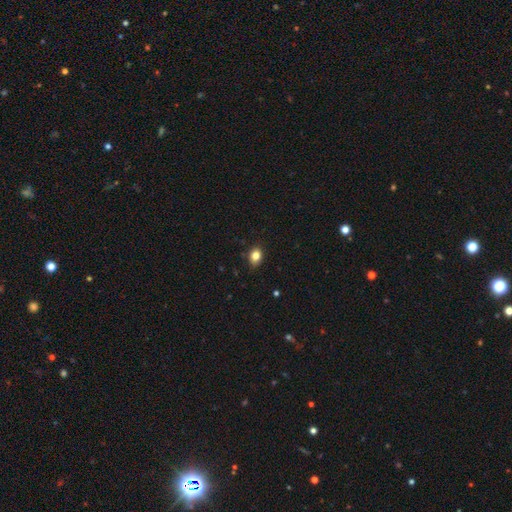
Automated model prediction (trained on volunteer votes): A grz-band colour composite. It shows a smooth galaxy with no disk features (83%) that is in between round and cigar-shaped (57%). Merging: none (84%).